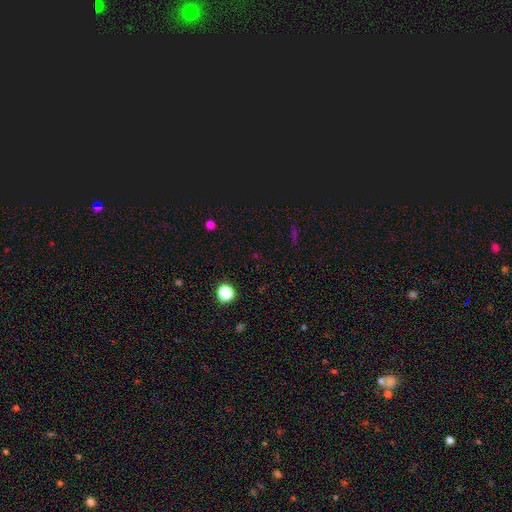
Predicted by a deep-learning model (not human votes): Smooth or featured? Predicted: star or artifact (p=0.60).